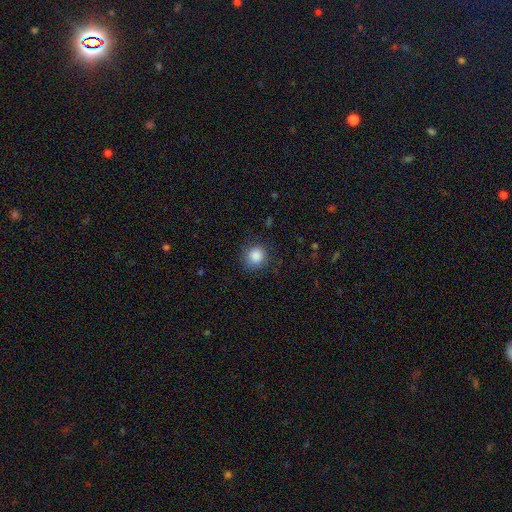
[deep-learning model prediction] Smooth or featured?
  - smooth: 86% *
  - star or artifact: 10%
  - featured or disk: 4%
How rounded?
  - round: 90% *
  - in between: 9%
  - cigar-shaped: 1%
Merging?
  - none: 85% *
  - minor disturbance: 11%
  - major disturbance: 4%
  - merger: 1%